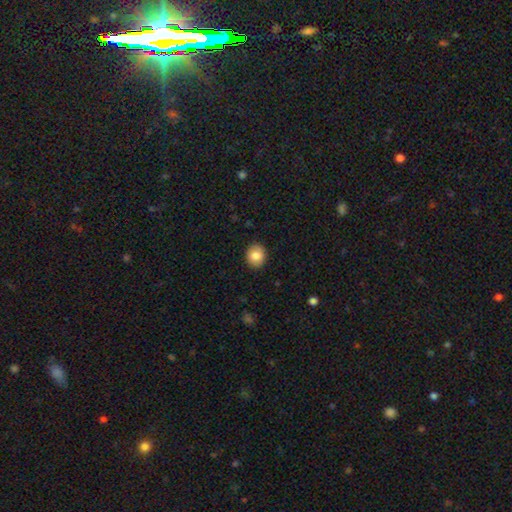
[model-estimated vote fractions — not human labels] Overall: smooth (84%). How rounded: round (67%; in between 32%). Merging: none (90%).